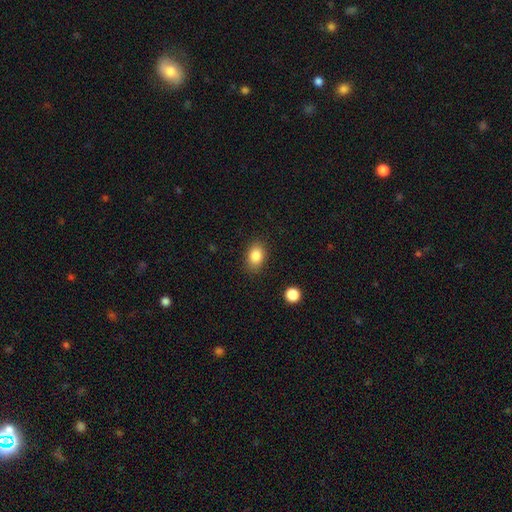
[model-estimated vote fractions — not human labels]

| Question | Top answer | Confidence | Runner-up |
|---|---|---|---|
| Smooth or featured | smooth | 86% | star or artifact (9%) |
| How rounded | in between | 78% | round (21%) |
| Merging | none | 84% | minor disturbance (11%) |